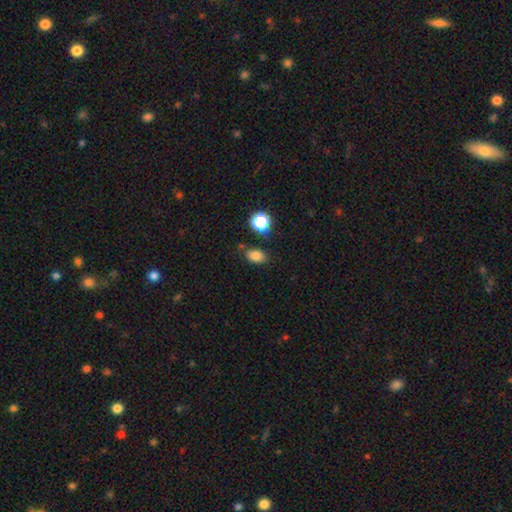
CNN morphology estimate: Smooth or featured? Predicted: smooth (p=0.82). How rounded? Predicted: in between (p=0.79). Merging? Predicted: none (p=0.75).